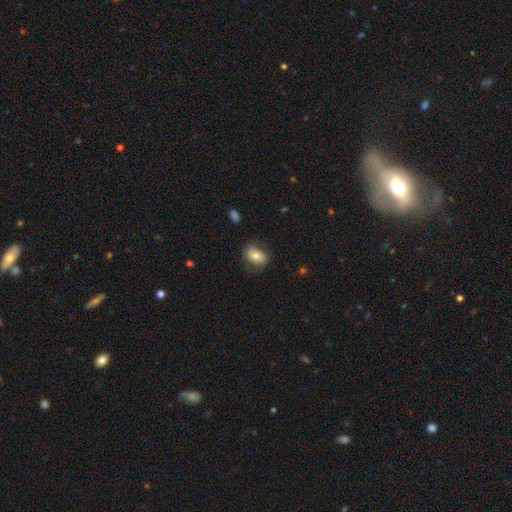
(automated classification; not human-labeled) smooth-or-featured: smooth: 70% | featured or disk: 22% | star or artifact: 8%
  how-rounded: in between: 80% | round: 19% | cigar-shaped: 2%
  merging: none: 67% | minor disturbance: 23% | major disturbance: 9% | merger: 2%